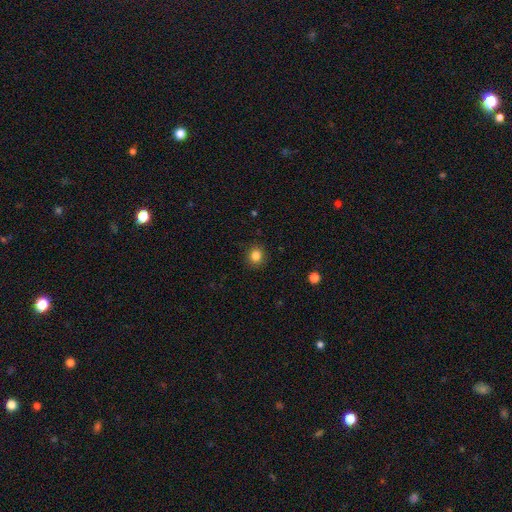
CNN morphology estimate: Smooth or featured: smooth — 84% (star or artifact — 11%)
How rounded: round — 83% (in between — 16%)
Merging: none — 90% (minor disturbance — 7%)